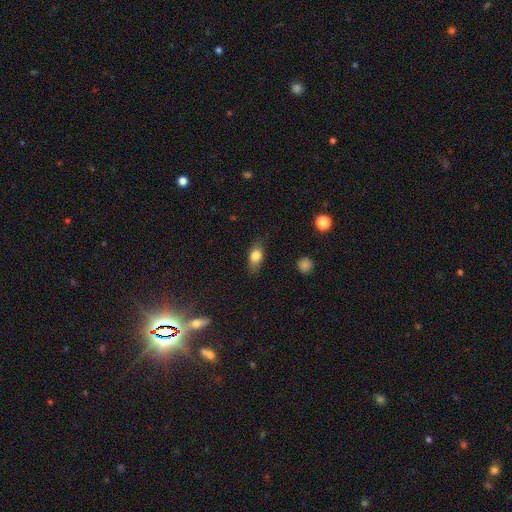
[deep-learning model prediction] smooth_or_featured: smooth (p=0.76) [alt: featured or disk p=0.15]
how_rounded: in between (p=0.79) [alt: round p=0.11]
merging: none (p=0.76) [alt: minor disturbance p=0.18]